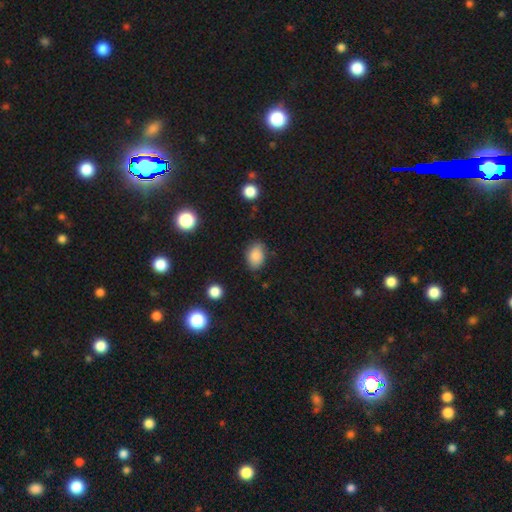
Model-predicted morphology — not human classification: Overall: smooth (86%). How rounded: in between (82%). Merging: none (79%).